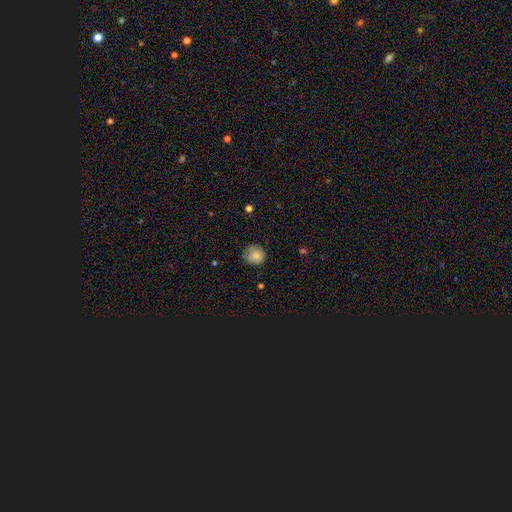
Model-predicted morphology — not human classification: smooth_or_featured: smooth (p=0.78) [alt: featured or disk p=0.12]
how_rounded: round (p=0.89) [alt: in between p=0.10]
merging: none (p=0.71) [alt: minor disturbance p=0.23]